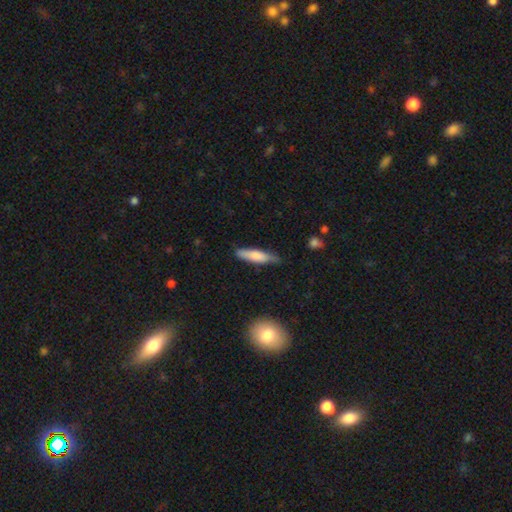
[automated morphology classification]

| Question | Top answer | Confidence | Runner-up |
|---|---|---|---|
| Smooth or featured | smooth | 74% | featured or disk (20%) |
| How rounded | cigar-shaped | 76% | in between (23%) |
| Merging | none | 74% | minor disturbance (21%) |